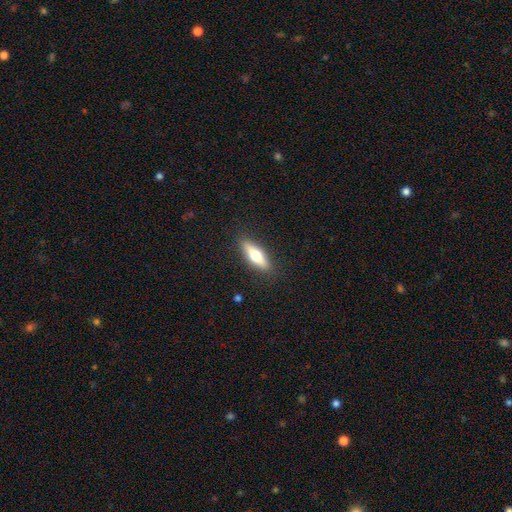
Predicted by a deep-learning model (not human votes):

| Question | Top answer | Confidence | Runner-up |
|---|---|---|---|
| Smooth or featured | smooth | 57% | featured or disk (36%) |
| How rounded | cigar-shaped | 52% | in between (45%) |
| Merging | none | 88% | minor disturbance (9%) |